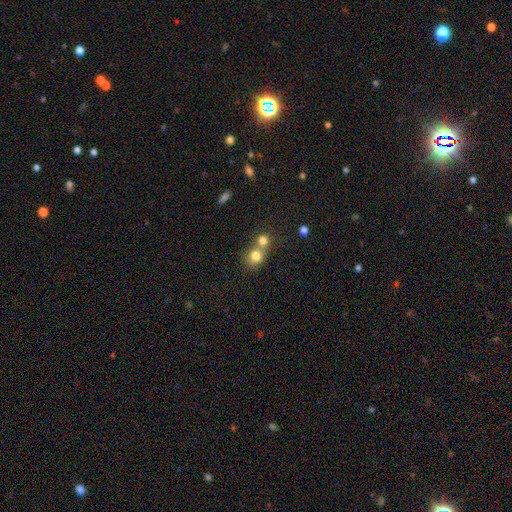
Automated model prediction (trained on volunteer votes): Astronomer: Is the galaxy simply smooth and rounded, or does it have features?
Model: smooth — 77%.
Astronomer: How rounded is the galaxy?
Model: round — 74%.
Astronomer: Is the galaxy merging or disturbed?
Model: merger — 59%.